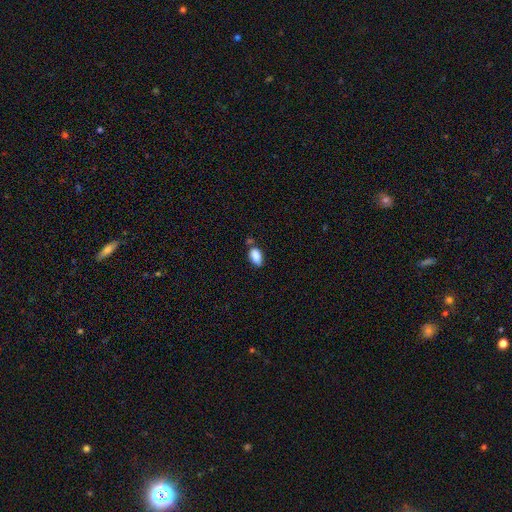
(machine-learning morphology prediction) This is clearly a smooth galaxy (87%). How rounded: clearly in between (92%). Merging: likely none (63%).